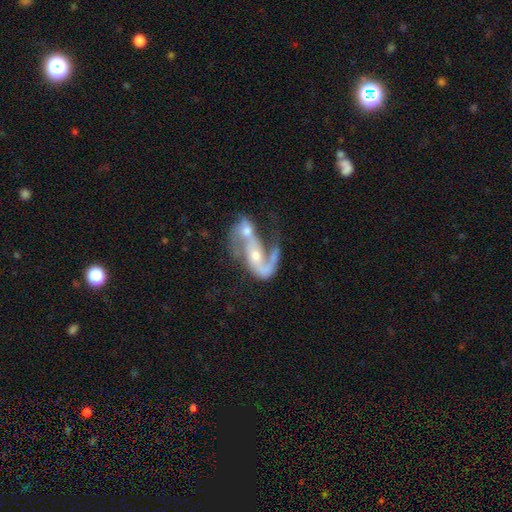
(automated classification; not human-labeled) smooth_or_featured: featured or disk (p=0.80) [alt: smooth p=0.13]
disk_edge_on: no (p=0.95) [alt: yes p=0.05]
bar: no (p=0.54) [alt: weak p=0.30]
has_spiral_arms: yes (p=0.81) [alt: no p=0.19]
spiral_winding: loose (p=0.59) [alt: medium p=0.31]
spiral_arm_count: 2 (p=0.55) [alt: 1 p=0.34]
bulge_size: moderate (p=0.52) [alt: small p=0.38]
merging: merger (p=0.66) [alt: major disturbance p=0.15]